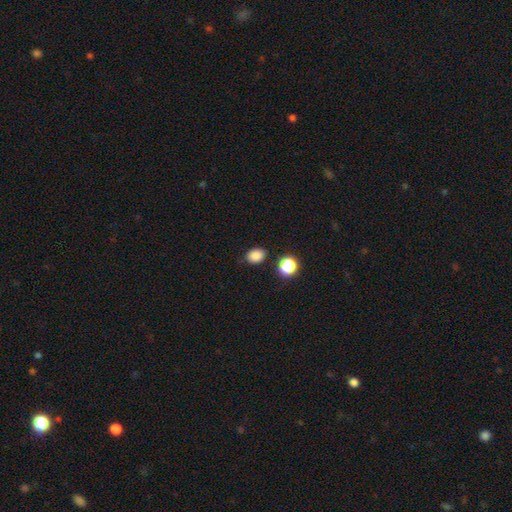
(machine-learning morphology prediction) Smooth or featured?
  - smooth: 84% *
  - star or artifact: 12%
  - featured or disk: 4%
How rounded?
  - in between: 60% *
  - round: 39%
  - cigar-shaped: 1%
Merging?
  - none: 82% *
  - minor disturbance: 12%
  - merger: 3%
  - major disturbance: 3%